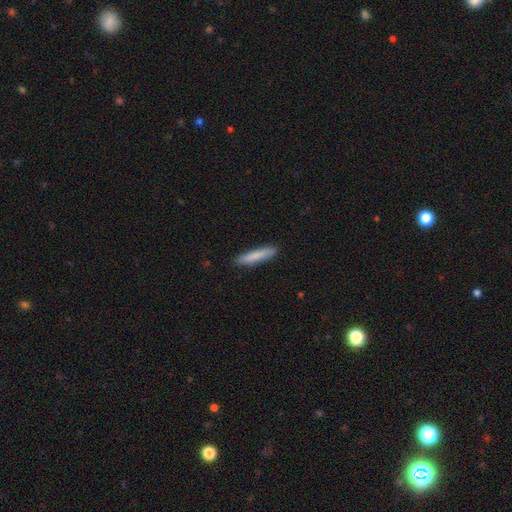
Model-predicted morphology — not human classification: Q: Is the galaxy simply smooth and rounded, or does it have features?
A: smooth — 82%.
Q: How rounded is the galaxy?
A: cigar-shaped — 89%.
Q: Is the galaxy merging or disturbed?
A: none — 90%.